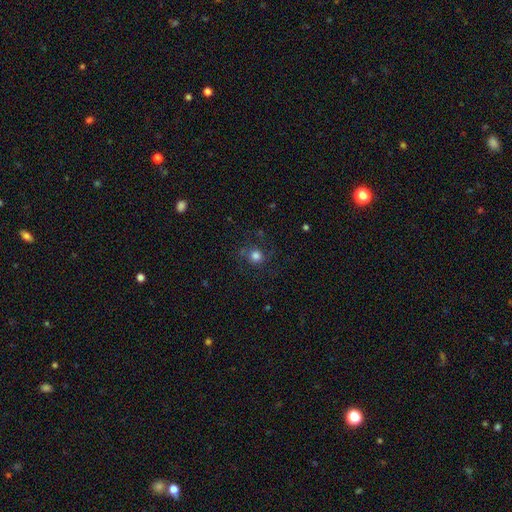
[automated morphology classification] This is likely a smooth galaxy (73%). How rounded: clearly round (91%). Merging: likely none (76%).